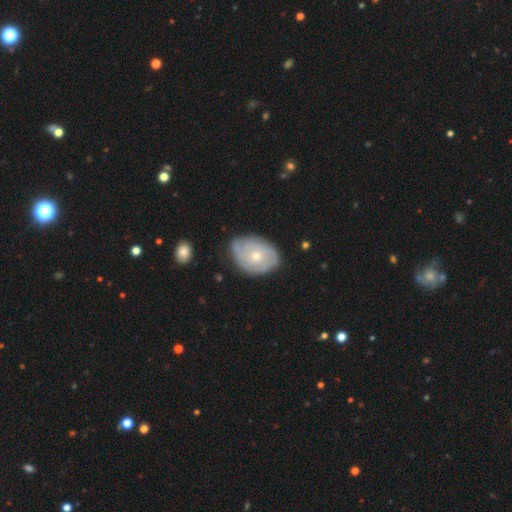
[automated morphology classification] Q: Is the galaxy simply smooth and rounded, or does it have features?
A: featured or disk — 66%.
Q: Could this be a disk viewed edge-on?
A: no — 96%.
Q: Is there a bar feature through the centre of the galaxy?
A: no — 84%.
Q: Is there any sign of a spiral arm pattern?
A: yes — 78%.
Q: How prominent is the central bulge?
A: small — 53%.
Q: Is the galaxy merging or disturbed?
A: none — 68%.